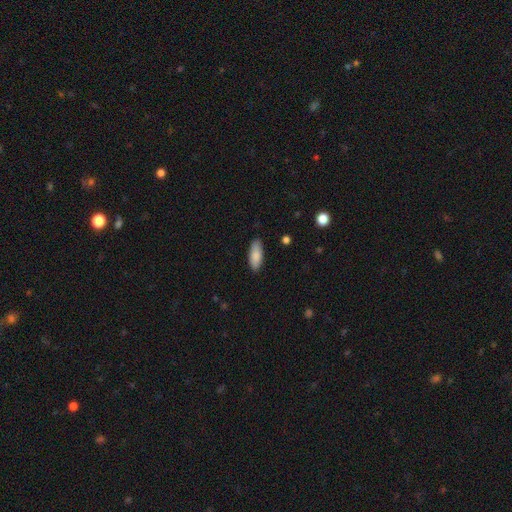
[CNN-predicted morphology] type=smooth (87%); roundness=in between (76%); merging=none (86%).